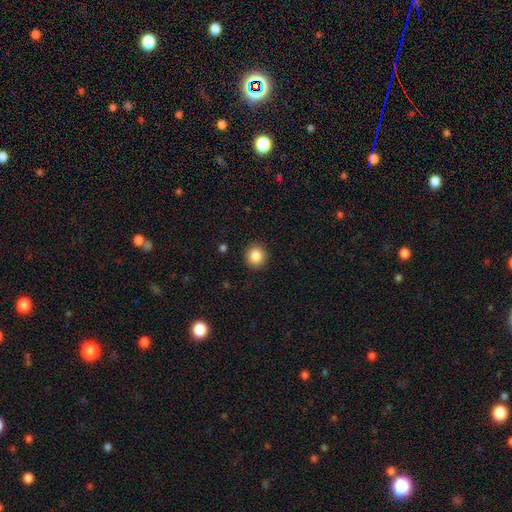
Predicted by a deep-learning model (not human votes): A smooth galaxy with no disk features (87%) that is round (92%). Merging: none (91%).